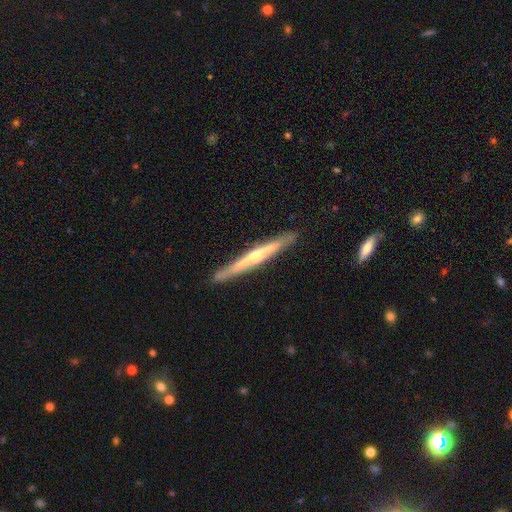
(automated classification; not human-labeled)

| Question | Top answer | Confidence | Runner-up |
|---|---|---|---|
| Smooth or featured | featured or disk | 71% | smooth (23%) |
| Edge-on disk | yes | 97% | no (3%) |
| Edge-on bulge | rounded | 75% | none (21%) |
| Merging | none | 89% | minor disturbance (8%) |